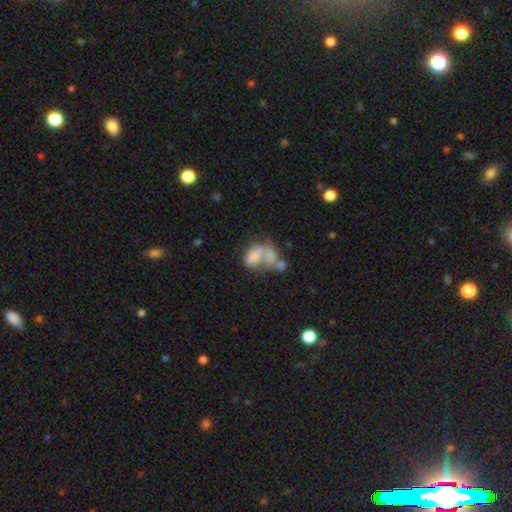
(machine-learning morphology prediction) Overall: smooth (65%). How rounded: in between (86%). Merging: merger (64%).